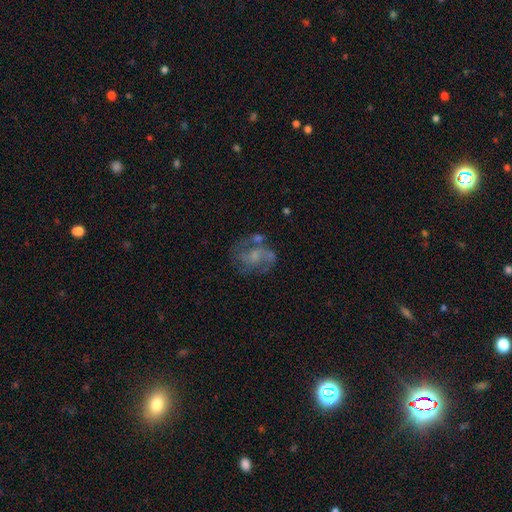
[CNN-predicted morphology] A featured or disk galaxy (70%) with no bar (64%), 2 (57%) medium (50%) spiral arms (79%) and a small central bulge (50%).

Vote fractions:
- Smooth or featured? featured or disk: 70% / smooth: 19% / star or artifact: 11%
- Edge-on disk? no: 98% / yes: 2%
- Bar? no: 64% / weak: 30% / strong: 6%
- Spiral arms? yes: 79% / no: 21%
- Spiral winding? medium: 50% / loose: 29% / tight: 21%
- Spiral arm count? 2: 57% / can't tell: 19% / 3: 12% / 1: 5% / 4: 3% / more than 4: 3%
- Bulge size? small: 50% / moderate: 26% / none: 19% / large: 3% / dominant: 1%
- Merging? none: 53% / minor disturbance: 18% / major disturbance: 18% / merger: 11%